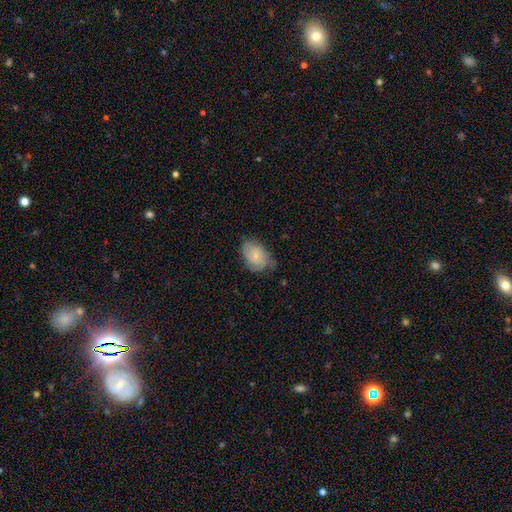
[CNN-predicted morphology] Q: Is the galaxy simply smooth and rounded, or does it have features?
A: smooth — 47%.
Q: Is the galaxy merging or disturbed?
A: none — 59%.